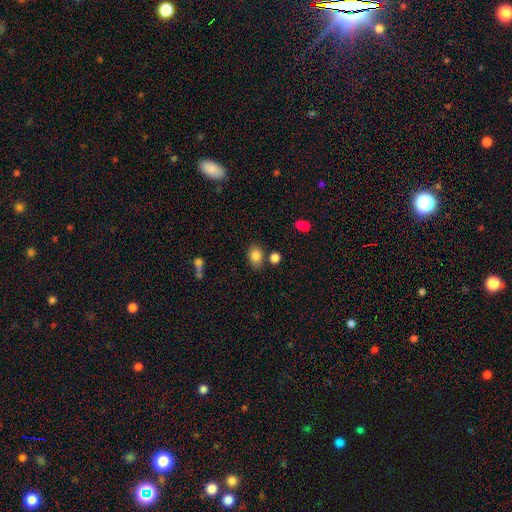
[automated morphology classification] This is clearly a smooth galaxy (84%). How rounded: likely in between (68%). Merging: likely none (73%).